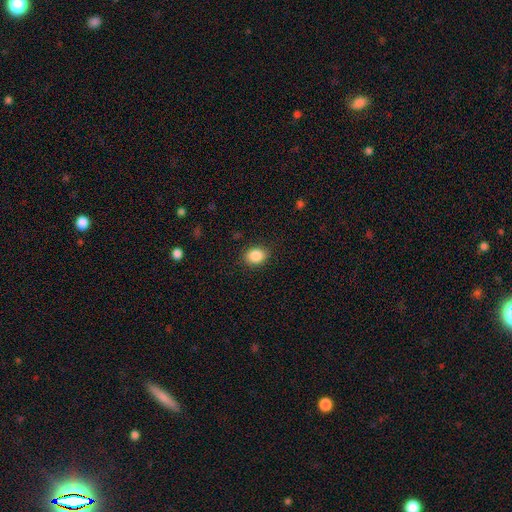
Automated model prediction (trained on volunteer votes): smooth_or_featured: smooth (p=0.88) [alt: star or artifact p=0.09]
how_rounded: in between (p=0.50) [alt: round p=0.49]
merging: none (p=0.88) [alt: minor disturbance p=0.08]